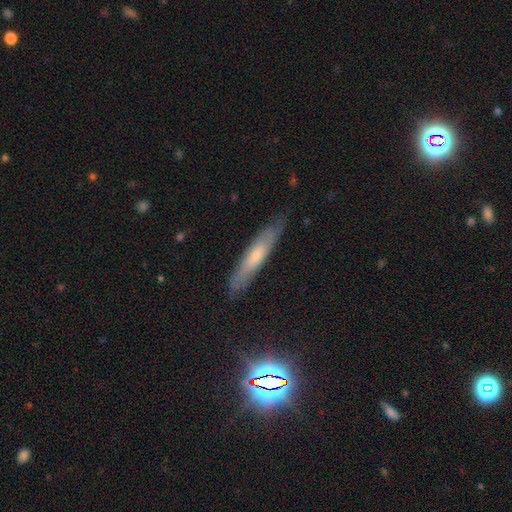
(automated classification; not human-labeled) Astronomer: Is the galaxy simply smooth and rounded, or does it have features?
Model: featured or disk — 48% (runner-up: smooth, 43%).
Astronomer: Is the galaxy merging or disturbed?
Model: none — 80%.